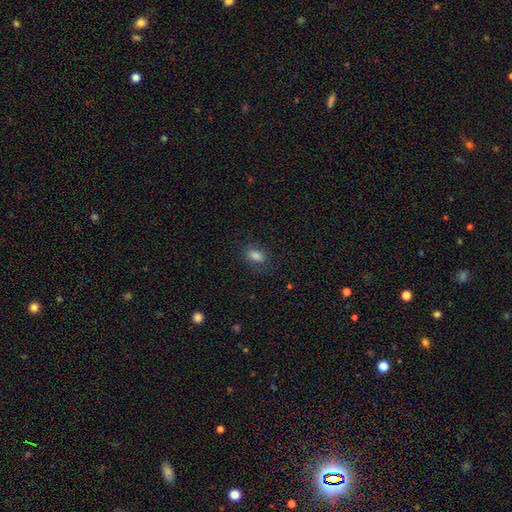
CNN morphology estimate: A smooth galaxy with no disk features (79%) that is in between round and cigar-shaped (84%). Merging: none (75%).